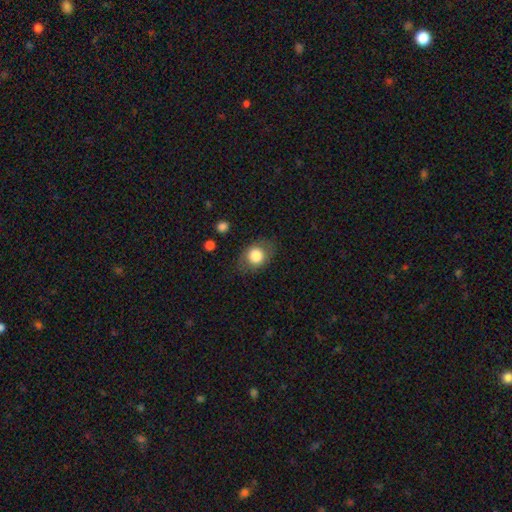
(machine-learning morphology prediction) smooth-or-featured: smooth: 78% | featured or disk: 14% | star or artifact: 8%
  how-rounded: in between: 51% | round: 48% | cigar-shaped: 1%
  merging: none: 77% | minor disturbance: 15% | major disturbance: 6% | merger: 1%